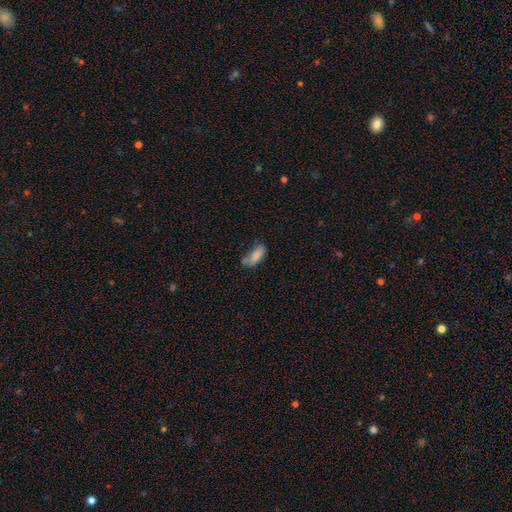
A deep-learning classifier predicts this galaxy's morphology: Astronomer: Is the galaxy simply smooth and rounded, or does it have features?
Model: smooth — 81%.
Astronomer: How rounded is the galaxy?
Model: in between — 81%.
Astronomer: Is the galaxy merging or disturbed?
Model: none — 40% (runner-up: minor disturbance, 32%).